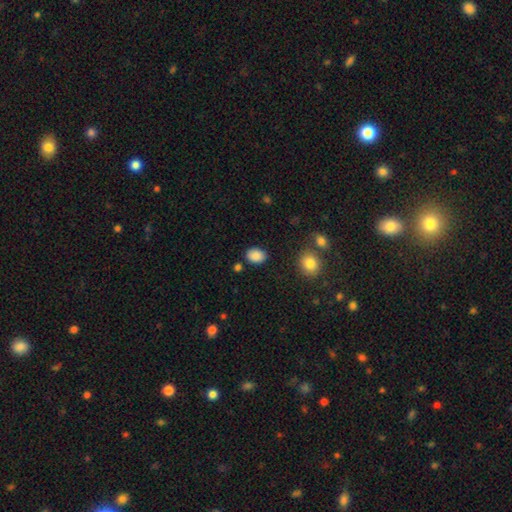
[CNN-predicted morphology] A smooth galaxy with no disk features (88%) that is in between round and cigar-shaped (73%).

Vote fractions:
- Smooth or featured? smooth: 88% / star or artifact: 8% / featured or disk: 4%
- How rounded? in between: 73% / round: 26% / cigar-shaped: 1%
- Merging? none: 85% / minor disturbance: 10% / major disturbance: 3% / merger: 3%